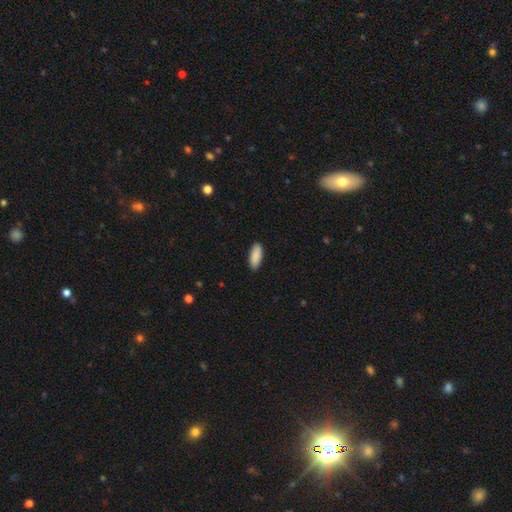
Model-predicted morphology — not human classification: The model was most divided on "how rounded": in between: 82%, cigar-shaped: 16%, round: 2%. More confident: smooth or featured — smooth (91%); merging — none (89%).